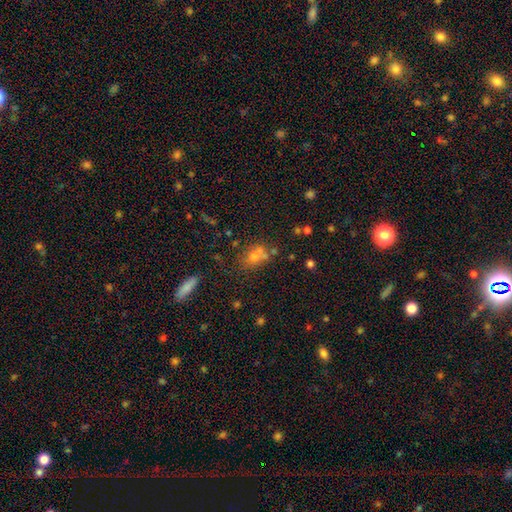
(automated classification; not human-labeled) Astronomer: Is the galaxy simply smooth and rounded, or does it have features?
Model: smooth — 63%.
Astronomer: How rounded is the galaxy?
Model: in between — 57% (runner-up: round, 41%).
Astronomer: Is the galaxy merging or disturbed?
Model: none — 48% (runner-up: merger, 28%).